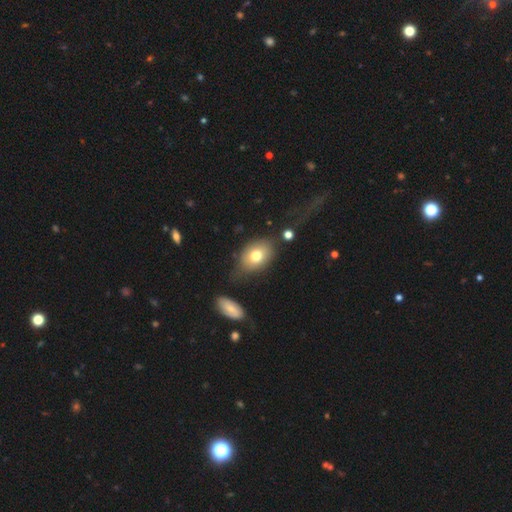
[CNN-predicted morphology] smooth-or-featured: smooth: 75% | featured or disk: 17% | star or artifact: 8%
  how-rounded: in between: 76% | round: 23% | cigar-shaped: 1%
  merging: none: 64% | minor disturbance: 19% | major disturbance: 9% | merger: 8%